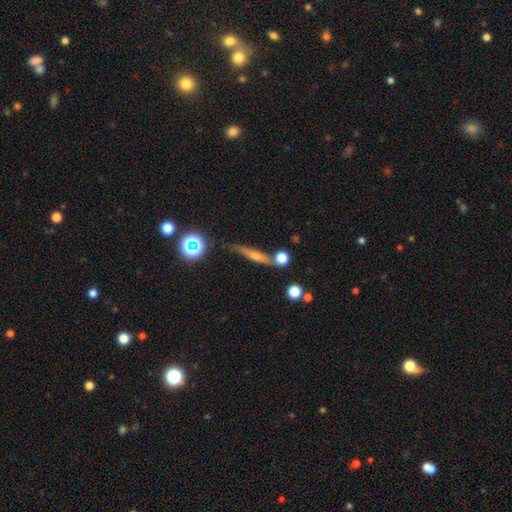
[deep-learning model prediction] smooth_or_featured: featured or disk (p=0.58) [alt: smooth p=0.25]
disk_edge_on: yes (p=0.91) [alt: no p=0.09]
edge_on_bulge: rounded (p=0.78) [alt: none p=0.15]
merging: none (p=0.74) [alt: minor disturbance p=0.14]